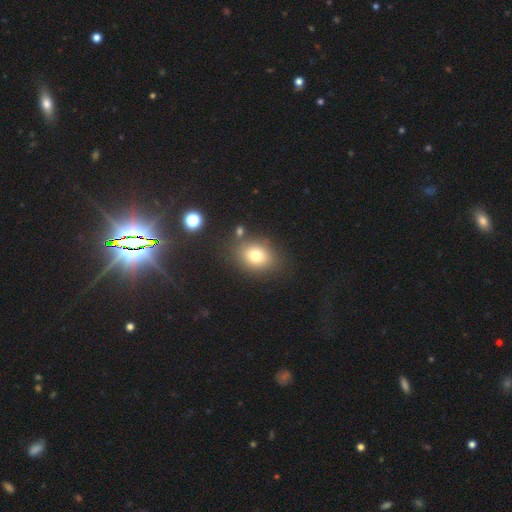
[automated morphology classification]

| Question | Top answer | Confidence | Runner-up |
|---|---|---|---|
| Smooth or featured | smooth | 76% | star or artifact (13%) |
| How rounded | round | 50% | in between (49%) |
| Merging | none | 78% | minor disturbance (11%) |